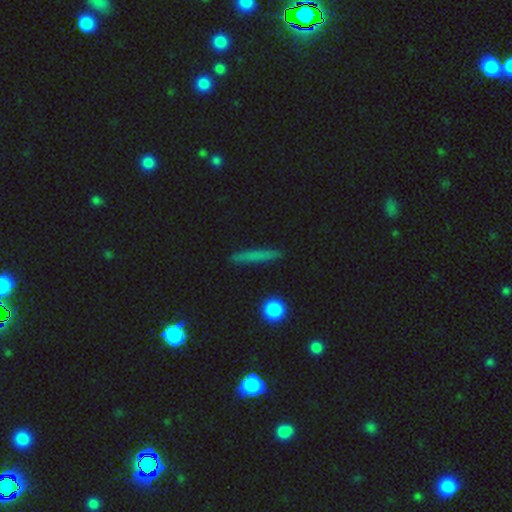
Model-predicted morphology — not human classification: Smooth or featured? Predicted: smooth (p=0.65). How rounded? Predicted: cigar-shaped (p=0.91). Merging? Predicted: none (p=0.89).